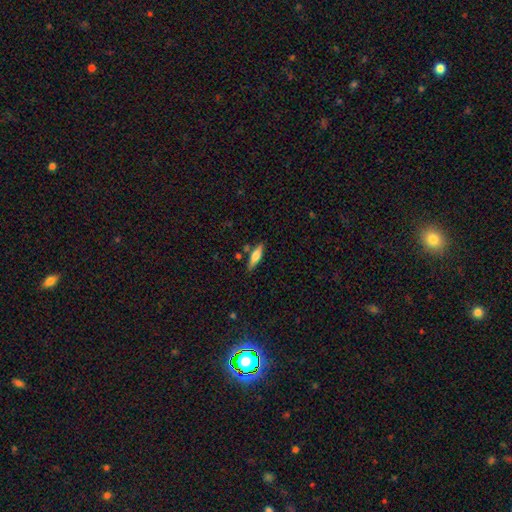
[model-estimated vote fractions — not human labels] Overall: smooth (63%; featured or disk 31%). How rounded: cigar-shaped (62%; in between 36%). Merging: none (79%).